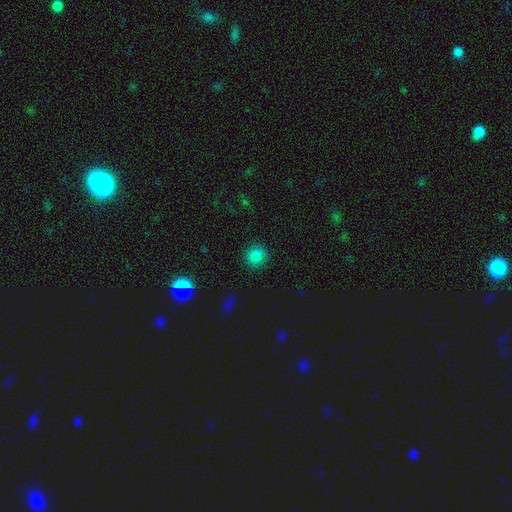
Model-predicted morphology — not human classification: Q: Smooth or featured?
A: smooth (83%); runner-up: star or artifact (13%)
Q: How rounded?
A: round (92%); runner-up: in between (7%)
Q: Merging?
A: none (91%); runner-up: minor disturbance (6%)